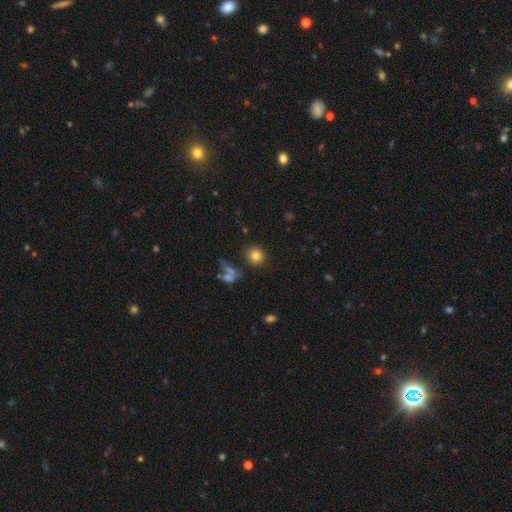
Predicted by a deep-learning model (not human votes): Q: Smooth or featured?
A: smooth (81%); runner-up: star or artifact (11%)
Q: How rounded?
A: round (86%); runner-up: in between (13%)
Q: Merging?
A: none (83%); runner-up: minor disturbance (9%)